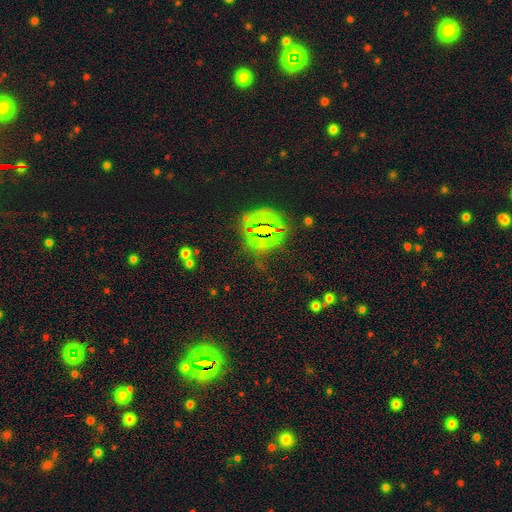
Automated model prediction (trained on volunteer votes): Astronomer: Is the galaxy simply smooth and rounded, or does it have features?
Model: star or artifact — 78%.